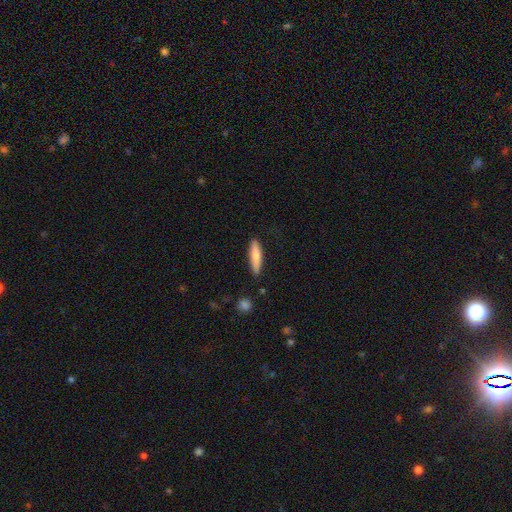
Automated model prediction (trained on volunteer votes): This appears to be a smooth galaxy with no disk features (79%) that is cigar-shaped (79%). Merging: none (84%).